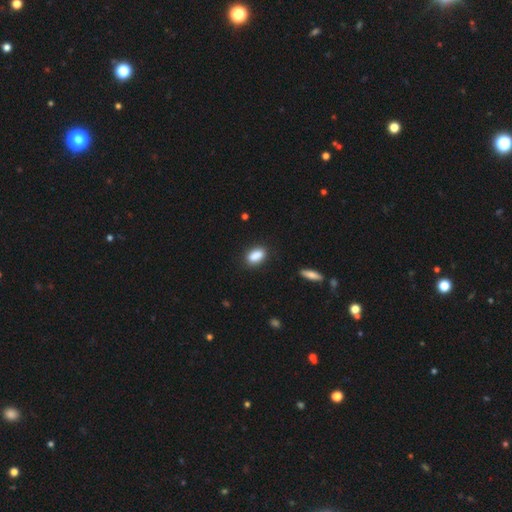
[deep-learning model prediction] smooth-or-featured: smooth: 87% | star or artifact: 8% | featured or disk: 5%
  how-rounded: in between: 86% | round: 9% | cigar-shaped: 5%
  merging: none: 80% | minor disturbance: 13% | merger: 4% | major disturbance: 3%